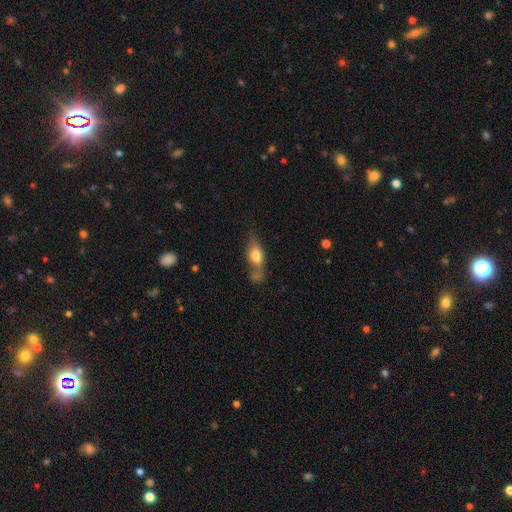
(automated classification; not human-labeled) Overall: smooth (55%; featured or disk 37%). How rounded: in between (64%; cigar-shaped 29%). Merging: none (48%; minor disturbance 25%).